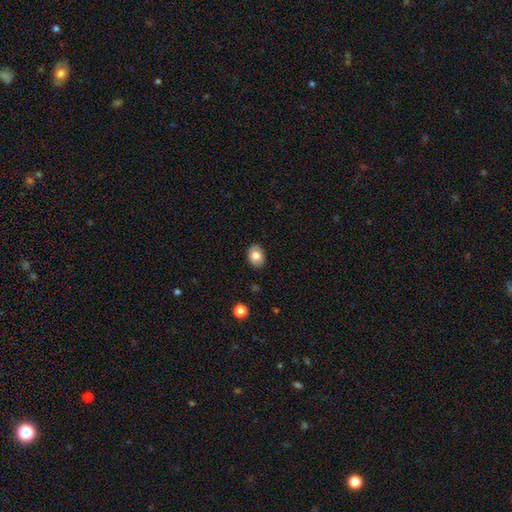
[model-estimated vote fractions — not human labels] Smooth or featured?
  - smooth: 78% *
  - featured or disk: 14%
  - star or artifact: 8%
How rounded?
  - in between: 70% *
  - round: 30%
  - cigar-shaped: 1%
Merging?
  - none: 87% *
  - minor disturbance: 10%
  - major disturbance: 2%
  - merger: 1%